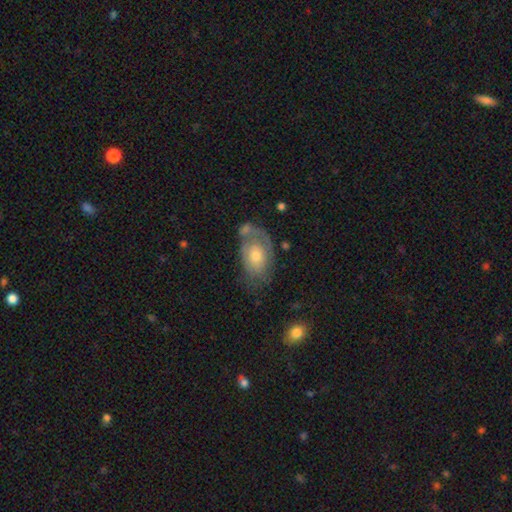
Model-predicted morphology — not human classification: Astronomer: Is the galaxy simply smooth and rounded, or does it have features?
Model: smooth — 49% (runner-up: featured or disk, 44%).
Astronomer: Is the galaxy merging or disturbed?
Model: none — 44% (runner-up: minor disturbance, 26%).